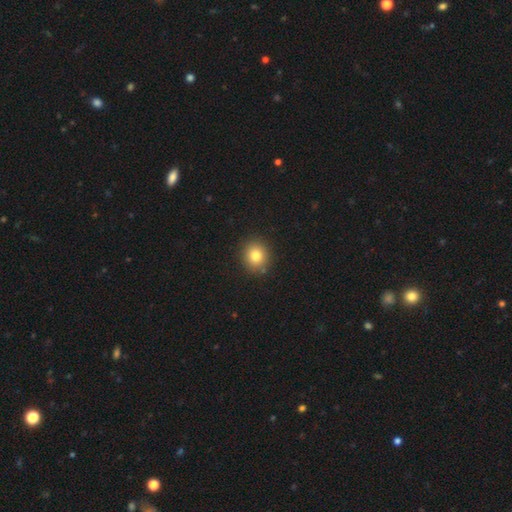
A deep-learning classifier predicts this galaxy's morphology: A smooth galaxy with no disk features (81%) that is round (82%).

Vote fractions:
- Smooth or featured? smooth: 81% / star or artifact: 11% / featured or disk: 8%
- How rounded? round: 82% / in between: 17% / cigar-shaped: 1%
- Merging? none: 89% / minor disturbance: 7% / major disturbance: 2% / merger: 2%